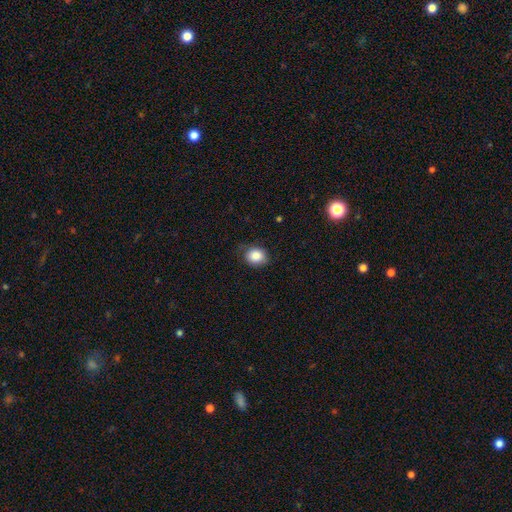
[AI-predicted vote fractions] This is clearly a smooth galaxy (85%). How rounded: possibly round (56%). Merging: likely none (72%).